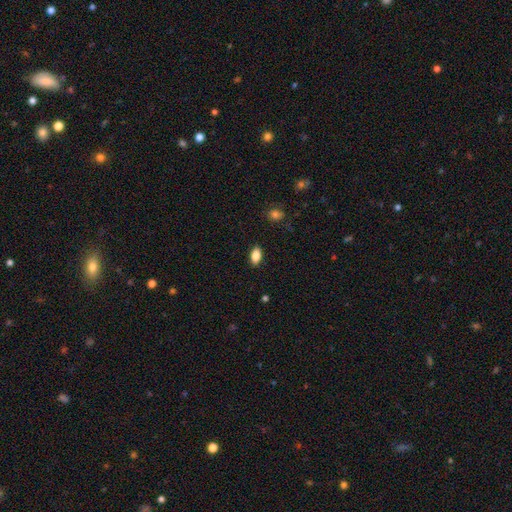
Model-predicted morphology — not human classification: A smooth galaxy with no disk features (85%) that is in between round and cigar-shaped (90%).

Vote fractions:
- Smooth or featured? smooth: 85% / star or artifact: 8% / featured or disk: 7%
- How rounded? in between: 90% / cigar-shaped: 5% / round: 5%
- Merging? none: 88% / minor disturbance: 9% / major disturbance: 2% / merger: 1%